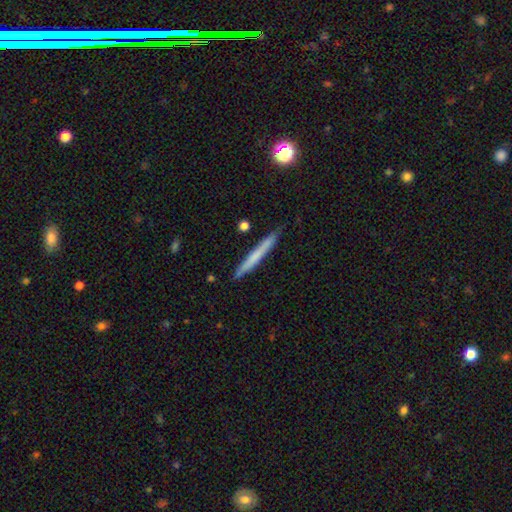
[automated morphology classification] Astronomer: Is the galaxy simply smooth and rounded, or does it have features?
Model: smooth — 60%.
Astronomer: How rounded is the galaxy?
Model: cigar-shaped — 97%.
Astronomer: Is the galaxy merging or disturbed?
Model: none — 87%.